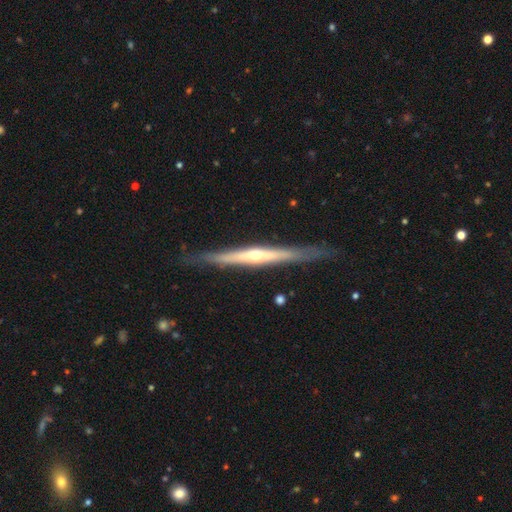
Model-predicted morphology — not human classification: A featured or disk galaxy (75%) viewed edge-on (96%) with a rounded central bulge (78%).

Vote fractions:
- Smooth or featured? featured or disk: 75% / smooth: 19% / star or artifact: 5%
- Edge-on disk? yes: 96% / no: 4%
- Edge-on bulge? rounded: 78% / none: 18% / boxy: 4%
- Merging? none: 85% / minor disturbance: 11% / major disturbance: 2% / merger: 1%